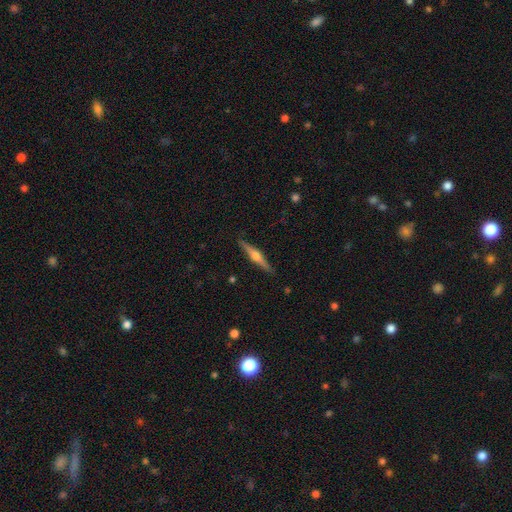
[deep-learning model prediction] Smooth or featured?
  - featured or disk: 71% *
  - smooth: 23%
  - star or artifact: 6%
Edge-on disk?
  - yes: 98% *
  - no: 2%
Edge-on bulge?
  - rounded: 93% *
  - boxy: 4%
  - none: 3%
Merging?
  - none: 90% *
  - minor disturbance: 7%
  - major disturbance: 1%
  - merger: 1%